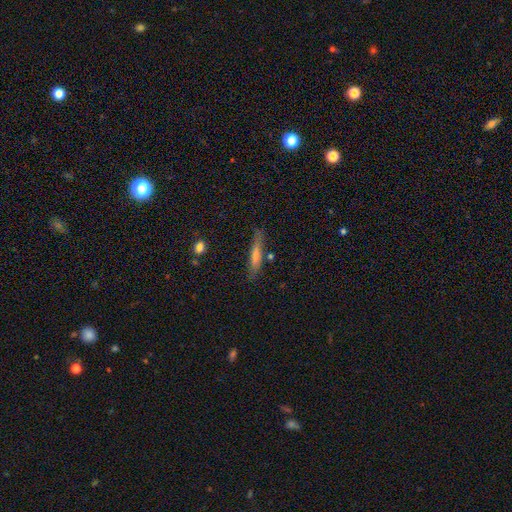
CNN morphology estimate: smooth_or_featured: smooth (p=0.55) [alt: featured or disk p=0.37]
how_rounded: cigar-shaped (p=0.90) [alt: in between p=0.08]
merging: none (p=0.80) [alt: minor disturbance p=0.14]